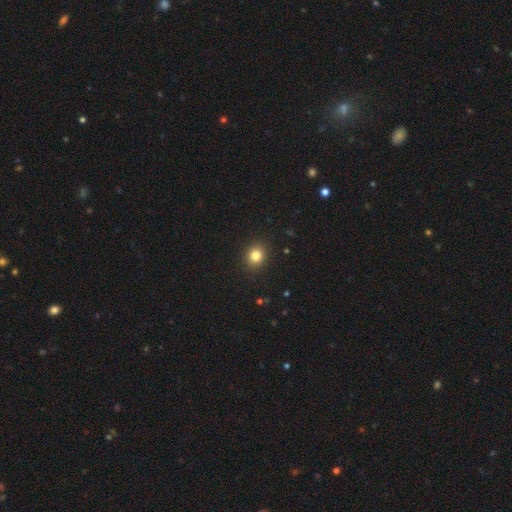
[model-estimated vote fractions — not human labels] A smooth galaxy with no disk features (83%) that is round (72%).

Vote fractions:
- Smooth or featured? smooth: 83% / star or artifact: 12% / featured or disk: 6%
- How rounded? round: 72% / in between: 27% / cigar-shaped: 1%
- Merging? none: 91% / minor disturbance: 6% / major disturbance: 2% / merger: 1%